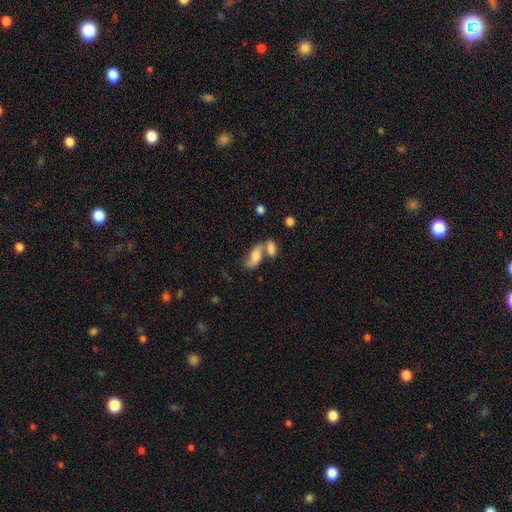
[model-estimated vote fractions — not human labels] Smooth or featured?
  - smooth: 57% *
  - featured or disk: 34%
  - star or artifact: 9%
How rounded?
  - in between: 79% *
  - cigar-shaped: 15%
  - round: 6%
Merging?
  - merger: 48% *
  - none: 32%
  - minor disturbance: 12%
  - major disturbance: 8%